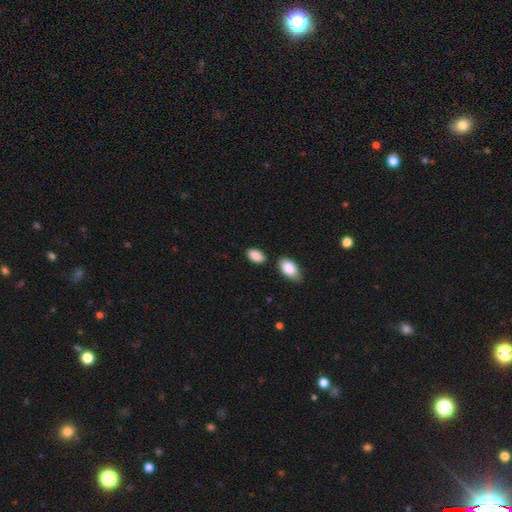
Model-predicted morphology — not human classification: Smooth or featured? Predicted: smooth (p=0.89). How rounded? Predicted: in between (p=0.92). Merging? Predicted: none (p=0.75).